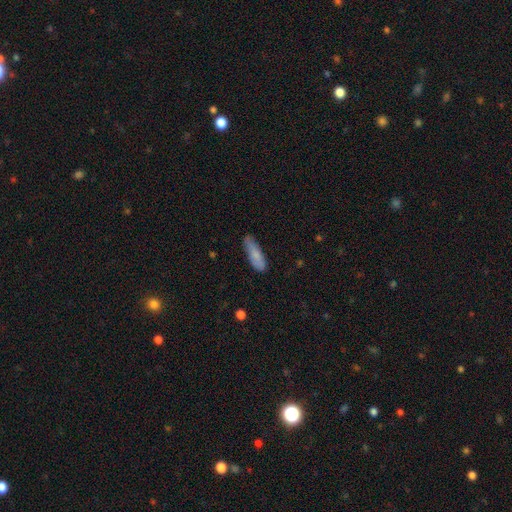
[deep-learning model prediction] A smooth galaxy with no disk features (78%) that is cigar-shaped (60%).

Vote fractions:
- Smooth or featured? smooth: 78% / featured or disk: 16% / star or artifact: 6%
- How rounded? cigar-shaped: 60% / in between: 39% / round: 2%
- Merging? none: 72% / minor disturbance: 22% / major disturbance: 4% / merger: 2%